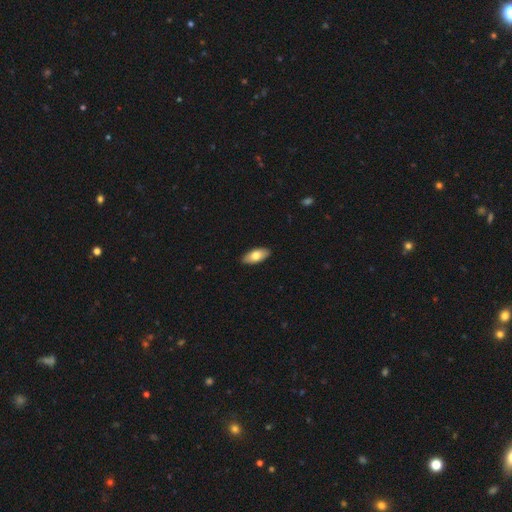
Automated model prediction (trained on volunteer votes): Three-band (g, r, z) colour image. It shows a smooth galaxy with no disk features (75%) that is in between round and cigar-shaped (90%). Merging: none (90%).